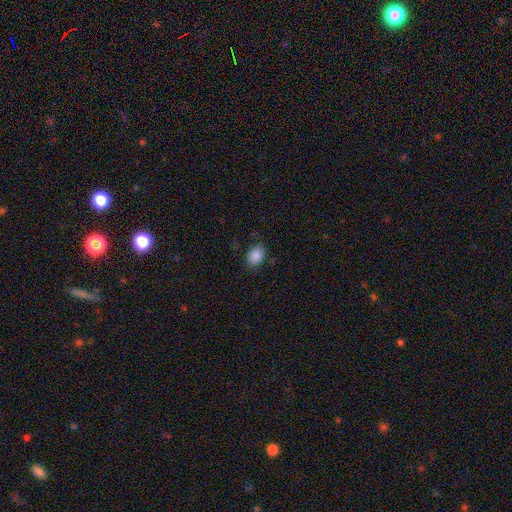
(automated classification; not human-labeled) The model was most divided on "how rounded": in between: 75%, round: 24%, cigar-shaped: 1%. More confident: smooth or featured — smooth (88%); merging — none (82%).